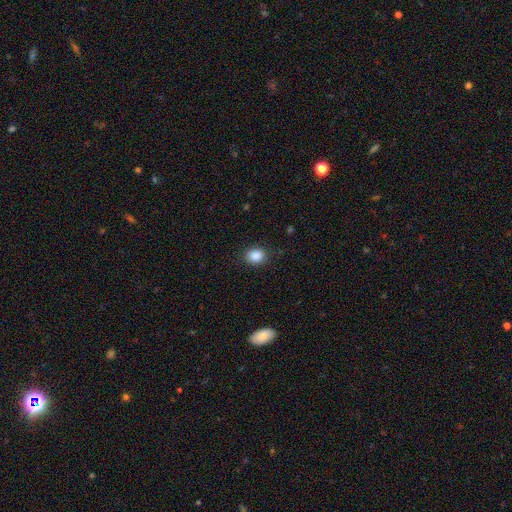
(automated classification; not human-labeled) Overall: smooth (87%). How rounded: round (55%; in between 44%). Merging: none (87%).